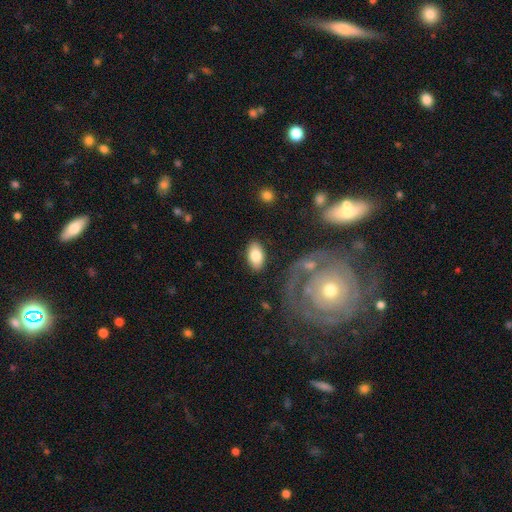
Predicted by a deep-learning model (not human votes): Overall: smooth (82%). How rounded: in between (94%). Merging: none (84%).